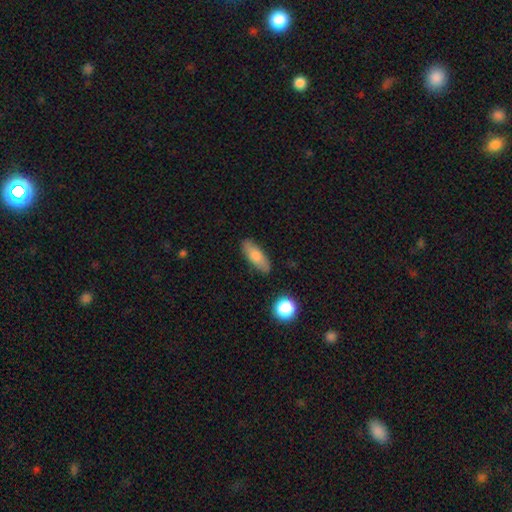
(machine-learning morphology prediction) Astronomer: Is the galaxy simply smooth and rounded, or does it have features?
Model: smooth — 75%.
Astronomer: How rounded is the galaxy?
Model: in between — 68%.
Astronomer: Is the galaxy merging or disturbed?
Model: none — 84%.